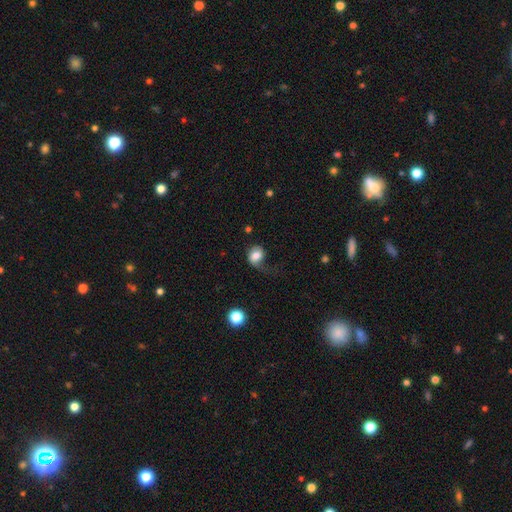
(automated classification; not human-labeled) Overall: smooth (69%). How rounded: in between (52%; round 47%). Merging: major disturbance (42%; none 30%).